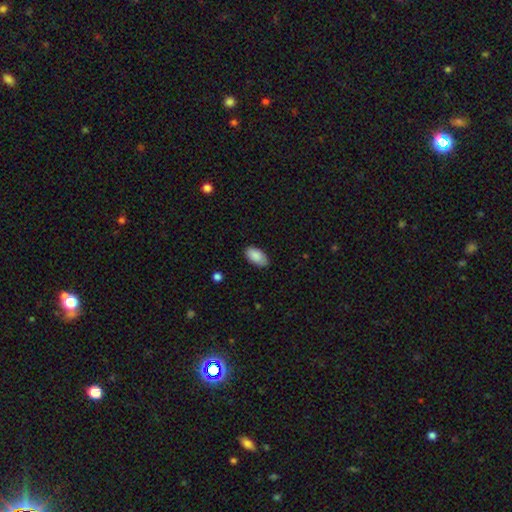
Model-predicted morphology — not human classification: The model was most divided on "merging": none: 82%, minor disturbance: 15%, major disturbance: 2%, merger: 1%. More confident: how rounded — in between (95%); smooth or featured — smooth (88%).